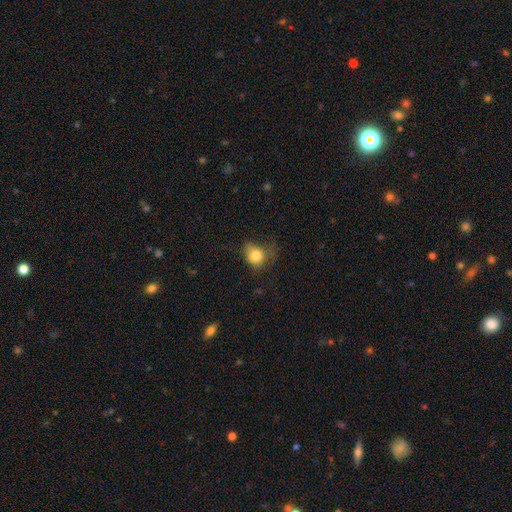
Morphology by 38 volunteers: This appears to be a smooth galaxy with no disk features (92%) that is in between round and cigar-shaped (69%). Merging: minor disturbance (46%).